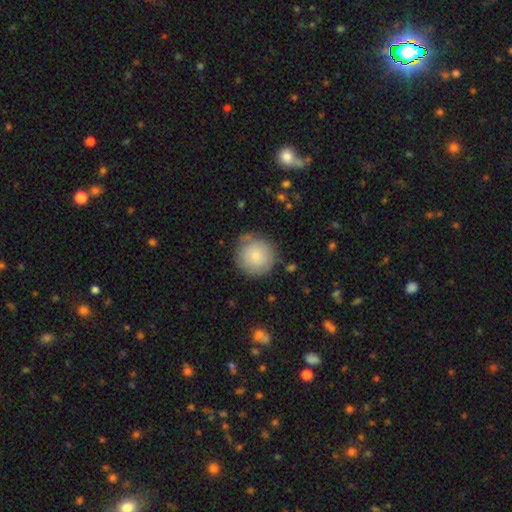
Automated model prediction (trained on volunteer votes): smooth 80%, featured or disk 13%, star or artifact 7%. Down the decision tree: how rounded — round (95%); merging — none (76%).